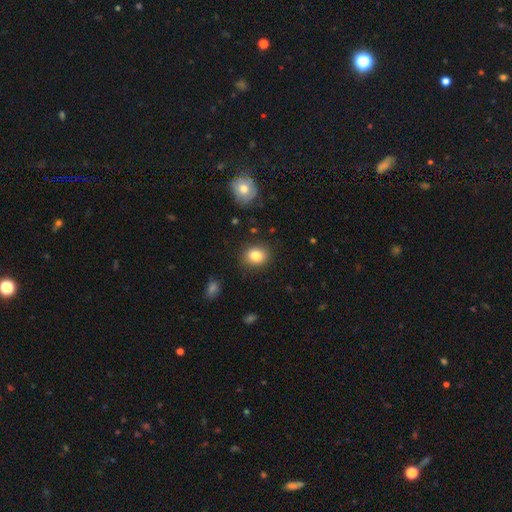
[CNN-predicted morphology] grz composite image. It shows a smooth galaxy with no disk features (83%) that is round (60%). Merging: none (86%).